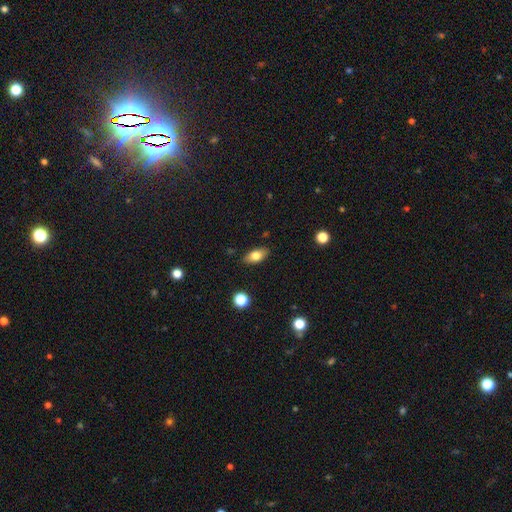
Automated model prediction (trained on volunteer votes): Smooth or featured? smooth (78%)
How rounded? in between (88%)
Merging? none (86%)